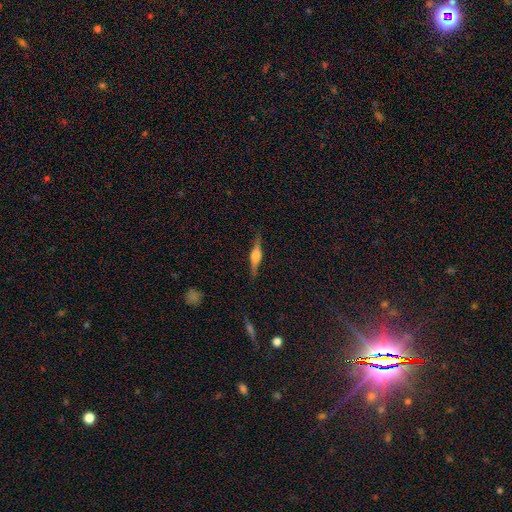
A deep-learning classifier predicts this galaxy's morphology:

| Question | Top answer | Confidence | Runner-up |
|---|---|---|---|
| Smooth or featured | featured or disk | 72% | smooth (21%) |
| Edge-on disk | yes | 97% | no (3%) |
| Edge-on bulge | rounded | 83% | boxy (15%) |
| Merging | none | 88% | minor disturbance (9%) |